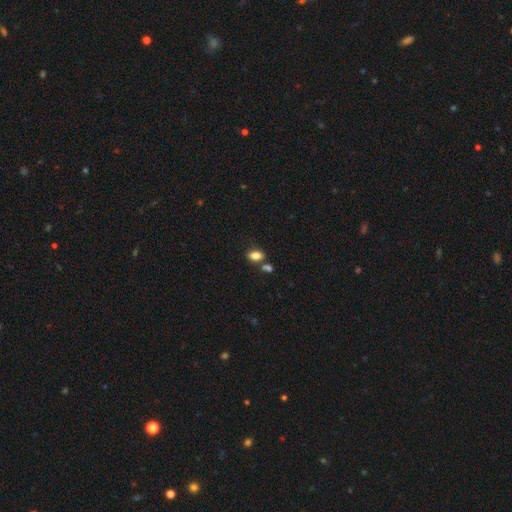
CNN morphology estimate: smooth_or_featured: smooth (p=0.82) [alt: star or artifact p=0.10]
how_rounded: in between (p=0.86) [alt: round p=0.09]
merging: none (p=0.65) [alt: merger p=0.18]